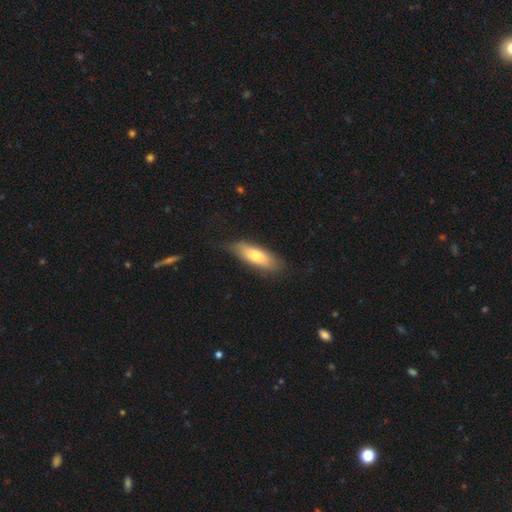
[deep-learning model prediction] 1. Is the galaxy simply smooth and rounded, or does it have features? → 73% smooth, 22% featured or disk, 6% star or artifact.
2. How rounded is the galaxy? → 58% in between, 40% cigar-shaped, 2% round.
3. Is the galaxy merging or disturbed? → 72% none, 22% minor disturbance, 5% major disturbance, 1% merger.